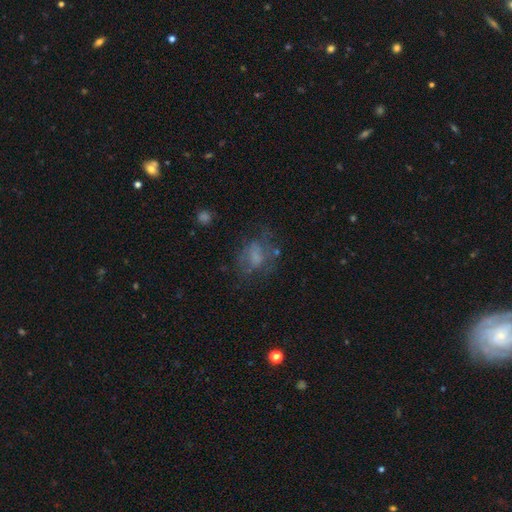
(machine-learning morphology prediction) This appears to be a smooth galaxy with no disk features (44%). Merging: none (48%).